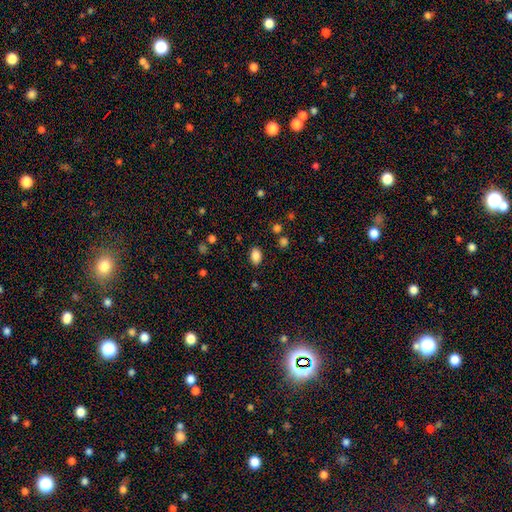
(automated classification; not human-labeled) smooth_or_featured: smooth (p=0.86) [alt: star or artifact p=0.10]
how_rounded: in between (p=0.84) [alt: round p=0.15]
merging: none (p=0.85) [alt: minor disturbance p=0.10]